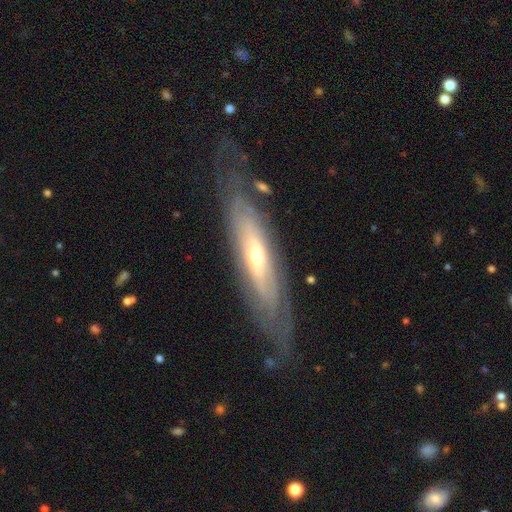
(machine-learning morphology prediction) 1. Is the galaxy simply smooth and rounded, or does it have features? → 76% featured or disk, 18% smooth, 6% star or artifact.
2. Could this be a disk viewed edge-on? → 62% no, 38% yes.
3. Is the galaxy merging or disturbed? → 71% none, 18% minor disturbance, 9% major disturbance, 2% merger.